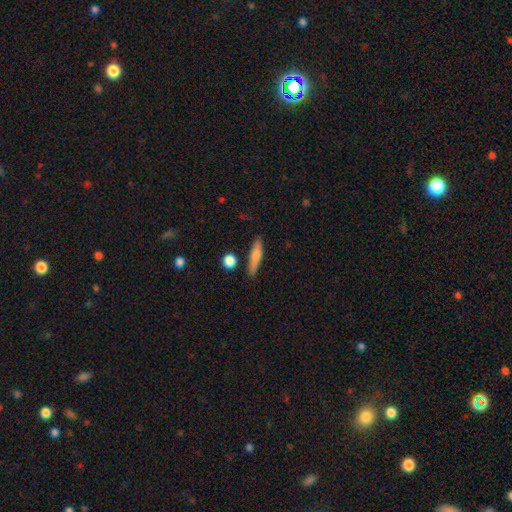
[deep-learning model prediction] The model was most divided on "smooth or featured": smooth: 70%, featured or disk: 23%, star or artifact: 7%. More confident: how rounded — cigar-shaped (82%); merging — none (82%).